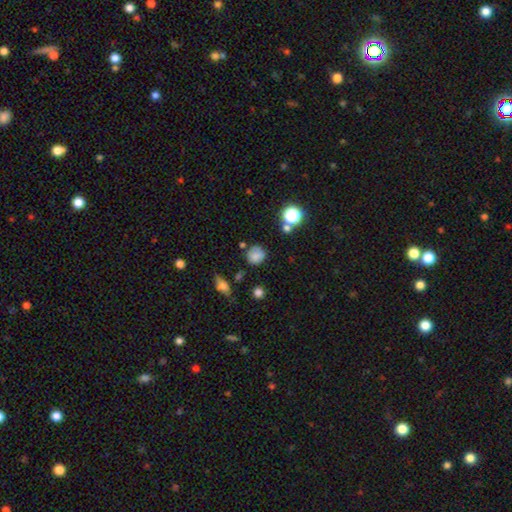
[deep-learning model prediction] Overall: smooth (77%). How rounded: round (85%). Merging: none (73%).